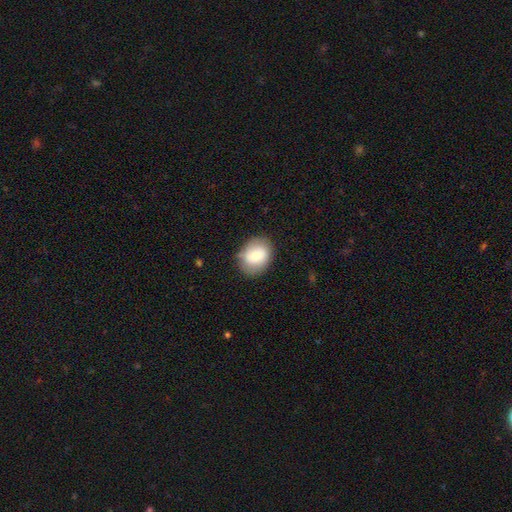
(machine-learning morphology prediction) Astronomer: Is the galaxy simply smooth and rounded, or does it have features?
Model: smooth — 75%.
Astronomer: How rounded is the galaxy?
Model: in between — 55% (runner-up: round, 44%).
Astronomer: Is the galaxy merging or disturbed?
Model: none — 80%.